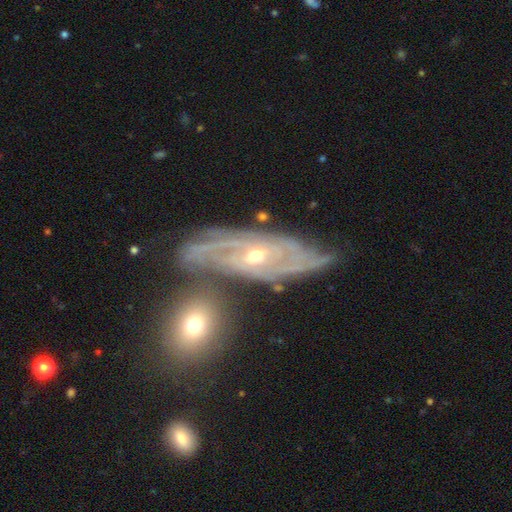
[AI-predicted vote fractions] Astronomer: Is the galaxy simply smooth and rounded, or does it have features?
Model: featured or disk — 87%.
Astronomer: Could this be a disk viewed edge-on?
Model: no — 85%.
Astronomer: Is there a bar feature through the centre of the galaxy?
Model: no — 53% (runner-up: weak, 33%).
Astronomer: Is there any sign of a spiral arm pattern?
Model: yes — 94%.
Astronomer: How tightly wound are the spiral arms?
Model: tight — 66%.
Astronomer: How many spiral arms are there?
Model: can't tell — 36% (runner-up: 2, 31%).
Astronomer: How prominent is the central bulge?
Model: small — 54% (runner-up: moderate, 43%).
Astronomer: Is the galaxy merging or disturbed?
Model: none — 69%.